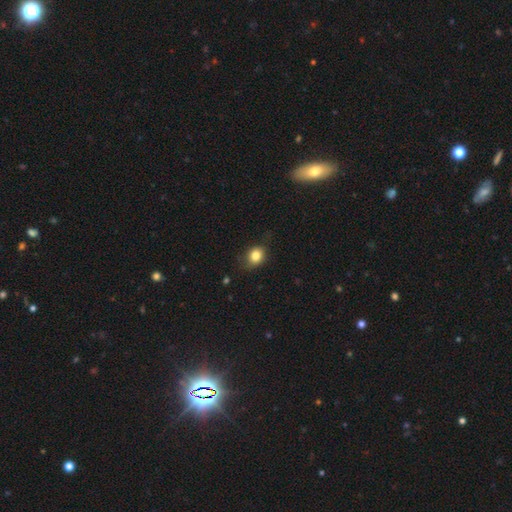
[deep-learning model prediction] Smooth or featured?
  - smooth: 82% *
  - star or artifact: 10%
  - featured or disk: 7%
How rounded?
  - round: 58% *
  - in between: 41%
  - cigar-shaped: 1%
Merging?
  - none: 73% *
  - minor disturbance: 21%
  - major disturbance: 5%
  - merger: 1%